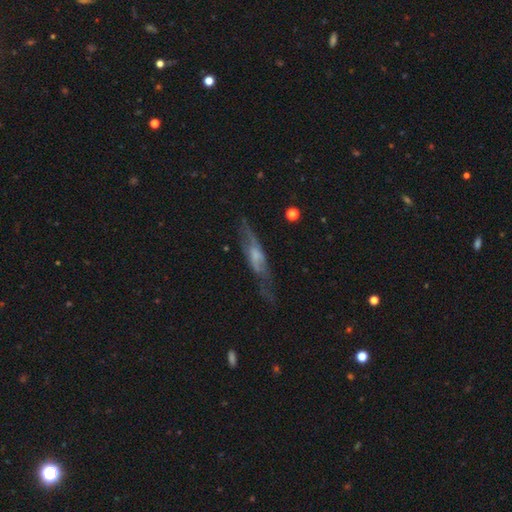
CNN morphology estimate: Q: Smooth or featured?
A: featured or disk (59%); runner-up: smooth (33%)
Q: Edge-on disk?
A: yes (63%); runner-up: no (37%)
Q: Merging?
A: none (54%); runner-up: minor disturbance (24%)